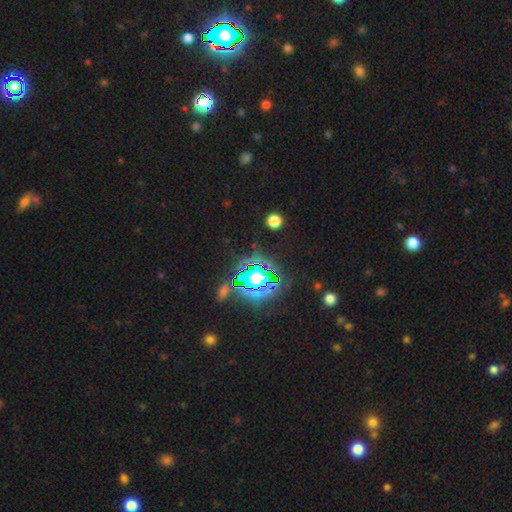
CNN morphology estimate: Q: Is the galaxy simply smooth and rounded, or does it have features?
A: star or artifact — 80%.